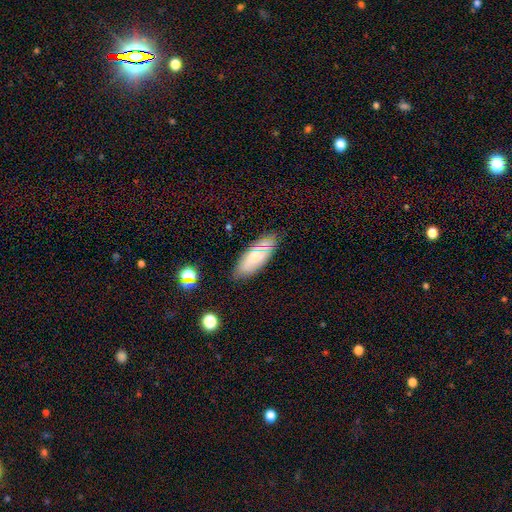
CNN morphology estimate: Smooth or featured? smooth (63%)
How rounded? in between (78%)
Merging? none (78%)